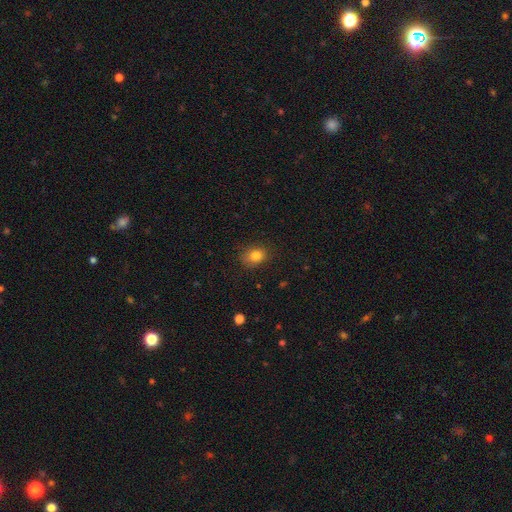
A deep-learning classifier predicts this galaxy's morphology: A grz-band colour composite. It shows a smooth galaxy with no disk features (82%) that is in between round and cigar-shaped (52%). Merging: none (80%).